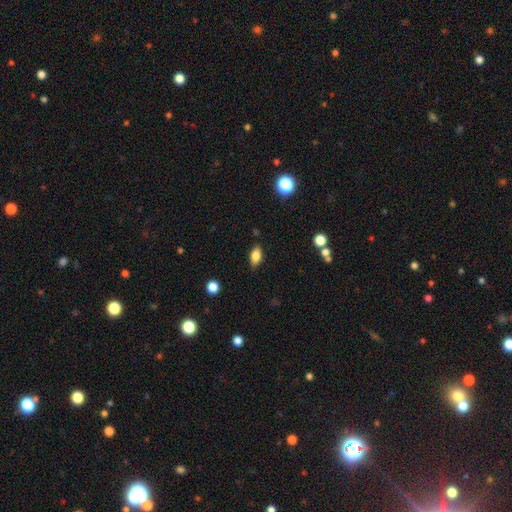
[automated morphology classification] smooth-or-featured: smooth: 81% | featured or disk: 10% | star or artifact: 9%
  how-rounded: in between: 87% | cigar-shaped: 7% | round: 6%
  merging: none: 84% | minor disturbance: 12% | major disturbance: 3% | merger: 1%